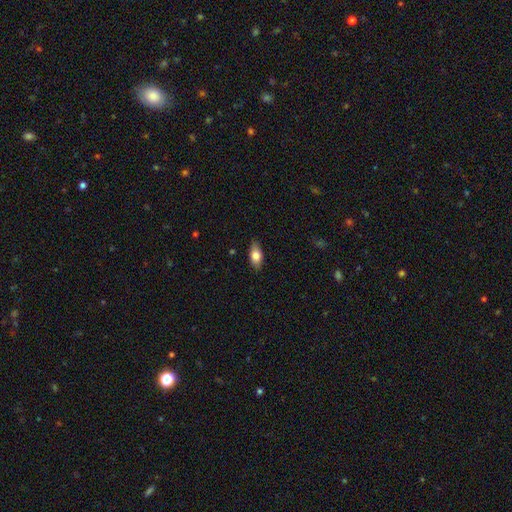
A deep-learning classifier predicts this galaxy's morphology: type=smooth (76%); roundness=in between (85%); merging=none (83%).